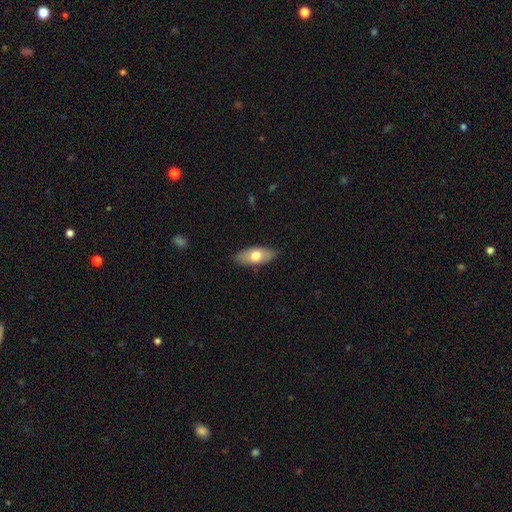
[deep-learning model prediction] Smooth or featured? smooth (66%)
How rounded? in between (86%)
Merging? none (84%)